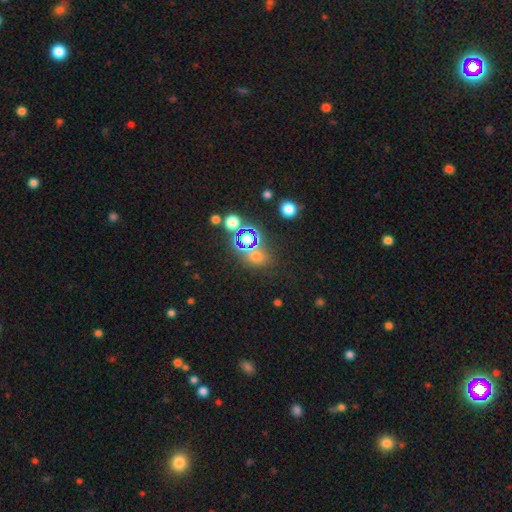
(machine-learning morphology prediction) Smooth or featured?
  - smooth: 49% *
  - star or artifact: 43%
  - featured or disk: 8%
Merging?
  - none: 69% *
  - merger: 13%
  - minor disturbance: 12%
  - major disturbance: 6%